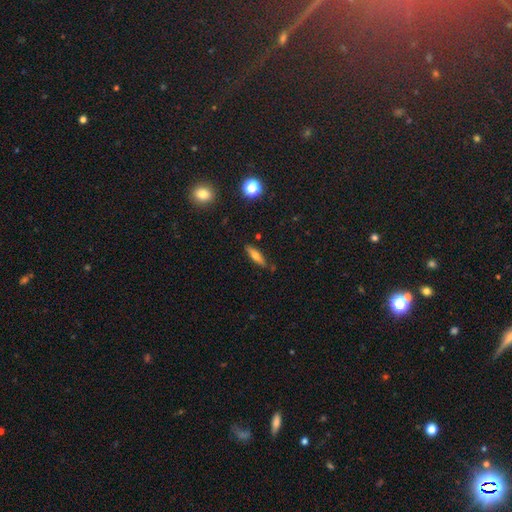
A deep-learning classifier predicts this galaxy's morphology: Q: Smooth or featured?
A: smooth (56%); runner-up: featured or disk (35%)
Q: How rounded?
A: cigar-shaped (67%); runner-up: in between (30%)
Q: Merging?
A: none (82%); runner-up: minor disturbance (12%)